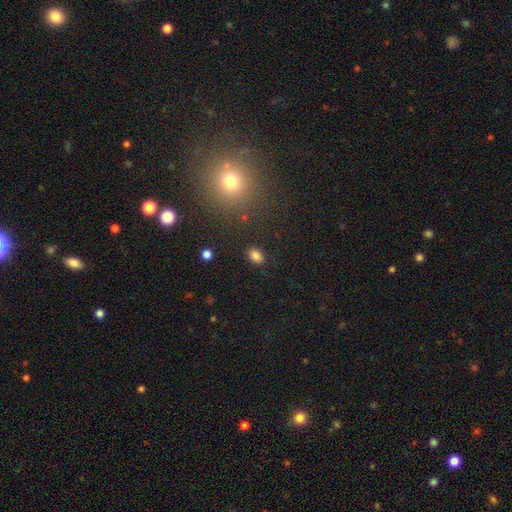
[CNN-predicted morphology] This is clearly a smooth galaxy (83%). How rounded: likely in between (73%). Merging: clearly none (85%).